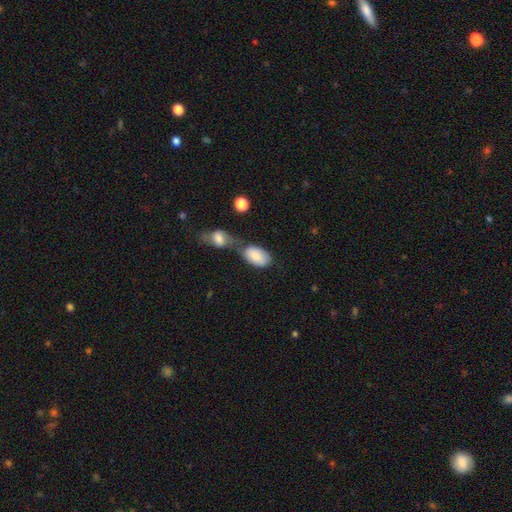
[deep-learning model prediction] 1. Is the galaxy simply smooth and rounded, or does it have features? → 83% smooth, 11% featured or disk, 6% star or artifact.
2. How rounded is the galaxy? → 94% in between, 5% round, 2% cigar-shaped.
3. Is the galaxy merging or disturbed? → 51% merger, 27% none, 14% minor disturbance, 8% major disturbance.